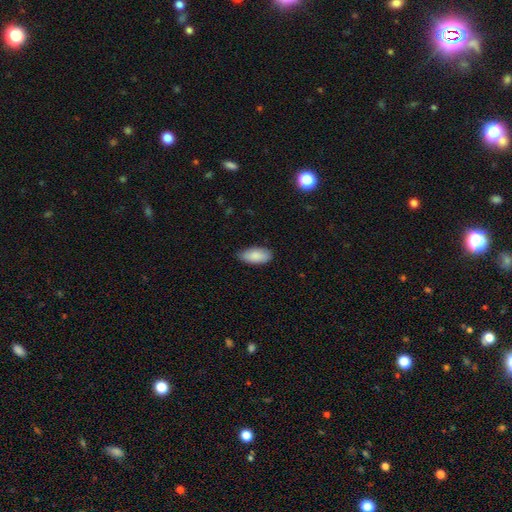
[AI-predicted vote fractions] Morphology: type=smooth (88%); roundness=in between (90%); merging=none (81%).